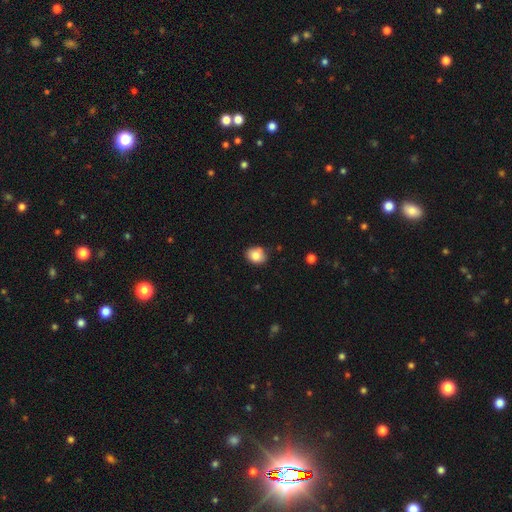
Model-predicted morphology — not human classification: A smooth galaxy with no disk features (82%) that is round (59%). Merging: none (80%).